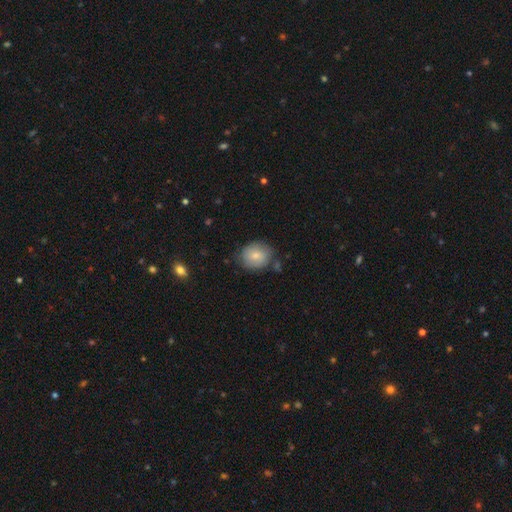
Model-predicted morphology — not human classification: A smooth galaxy with no disk features (74%) that is round (64%).

Vote fractions:
- Smooth or featured? smooth: 74% / featured or disk: 19% / star or artifact: 7%
- How rounded? round: 64% / in between: 35% / cigar-shaped: 1%
- Merging? none: 73% / minor disturbance: 19% / major disturbance: 5% / merger: 4%